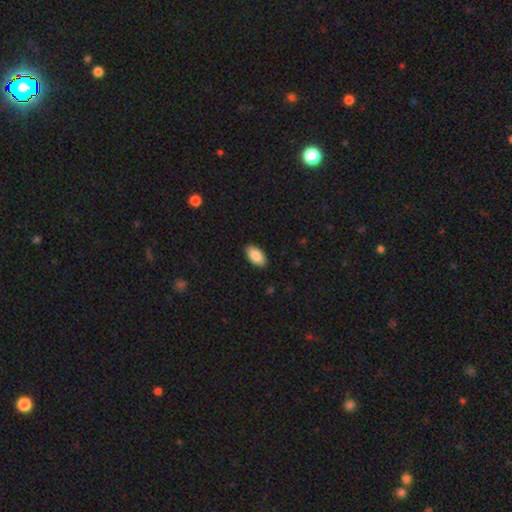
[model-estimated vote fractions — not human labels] Smooth or featured?
  - smooth: 88% *
  - star or artifact: 6%
  - featured or disk: 5%
How rounded?
  - in between: 95% *
  - round: 3%
  - cigar-shaped: 2%
Merging?
  - none: 89% *
  - minor disturbance: 8%
  - major disturbance: 2%
  - merger: 1%